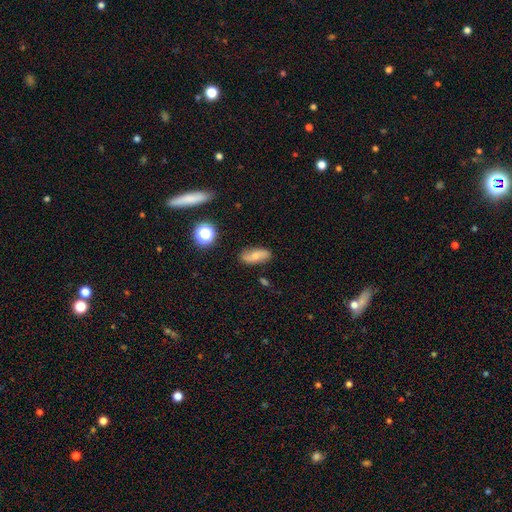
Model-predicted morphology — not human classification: A smooth galaxy with no disk features (53%) that is in between round and cigar-shaped (80%).

Vote fractions:
- Smooth or featured? smooth: 53% / featured or disk: 36% / star or artifact: 11%
- How rounded? in between: 80% / cigar-shaped: 14% / round: 6%
- Merging? none: 78% / minor disturbance: 16% / major disturbance: 4% / merger: 2%